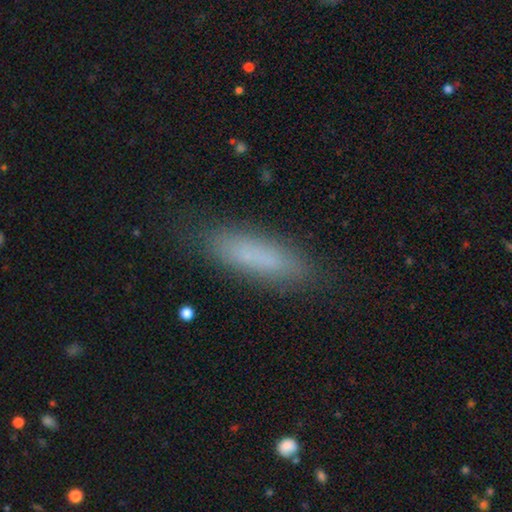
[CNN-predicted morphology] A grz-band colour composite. It shows a smooth galaxy with no disk features (77%) that is cigar-shaped (59%). Merging: none (83%).